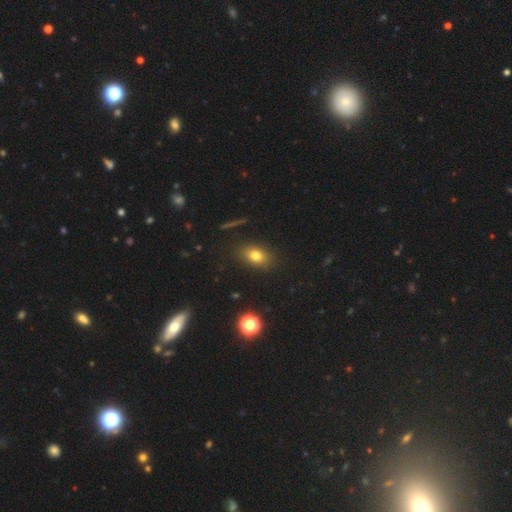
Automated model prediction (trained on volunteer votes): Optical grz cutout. It shows a smooth galaxy with no disk features (77%) that is in between round and cigar-shaped (73%). Merging: none (85%).